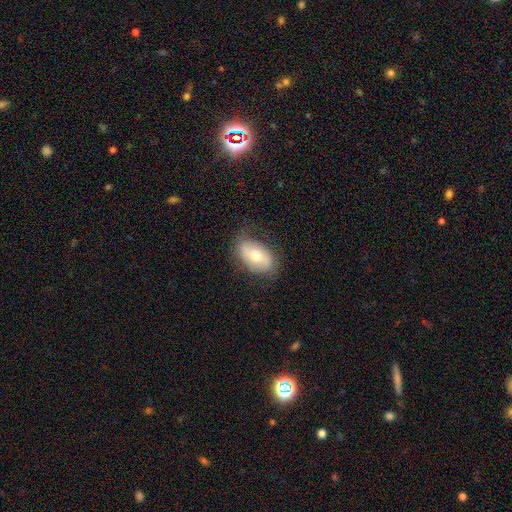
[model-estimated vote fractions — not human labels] Morphology: type=smooth (54%); roundness=in between (91%); merging=none (74%).